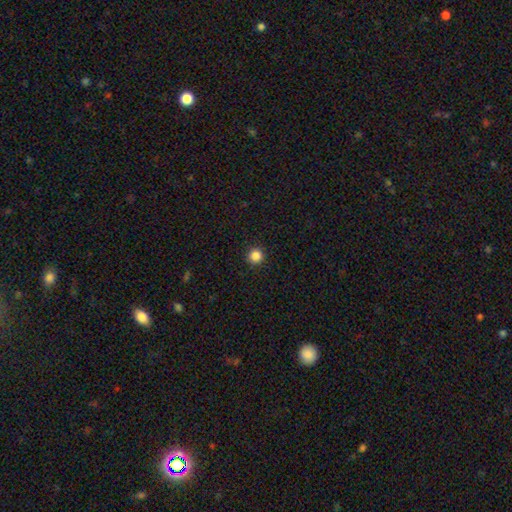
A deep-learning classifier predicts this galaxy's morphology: Smooth or featured? Predicted: smooth (p=0.86). How rounded? Predicted: round (p=0.96). Merging? Predicted: none (p=0.93).